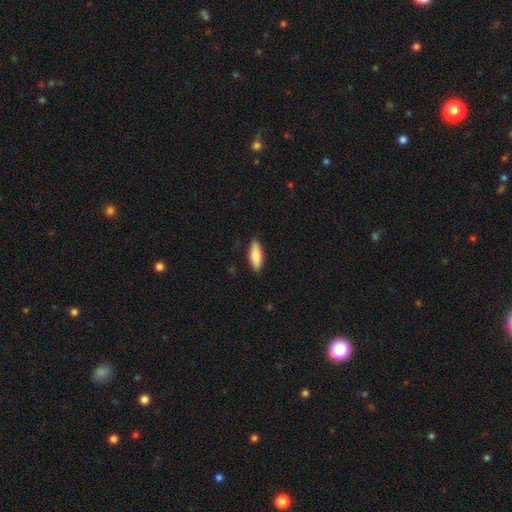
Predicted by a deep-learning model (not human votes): Smooth or featured? Predicted: smooth (p=0.84). How rounded? Predicted: in between (p=0.63). Merging? Predicted: none (p=0.87).